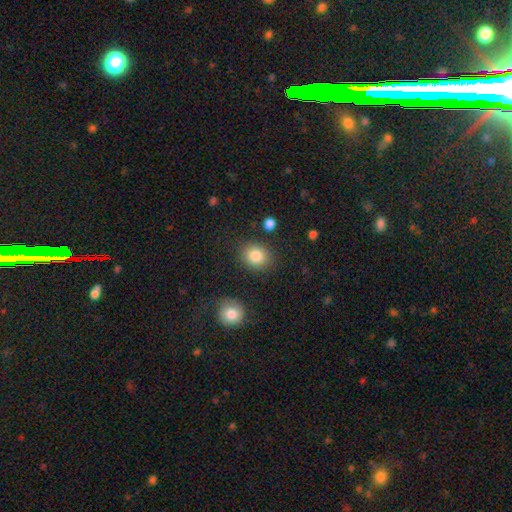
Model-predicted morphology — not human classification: Overall: smooth (85%). How rounded: round (59%; in between 40%). Merging: none (84%).